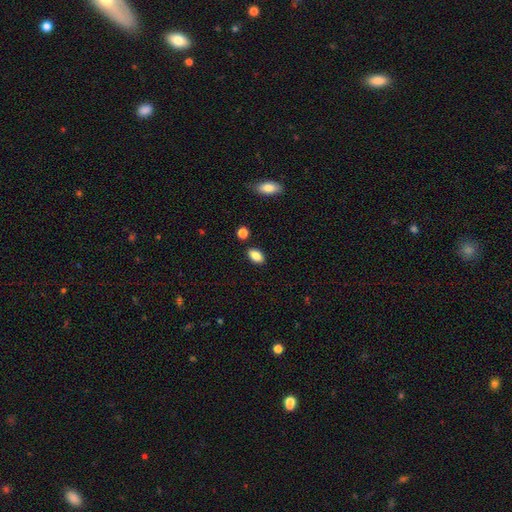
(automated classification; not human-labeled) This is clearly a smooth galaxy (86%). How rounded: clearly in between (90%). Merging: clearly none (86%).